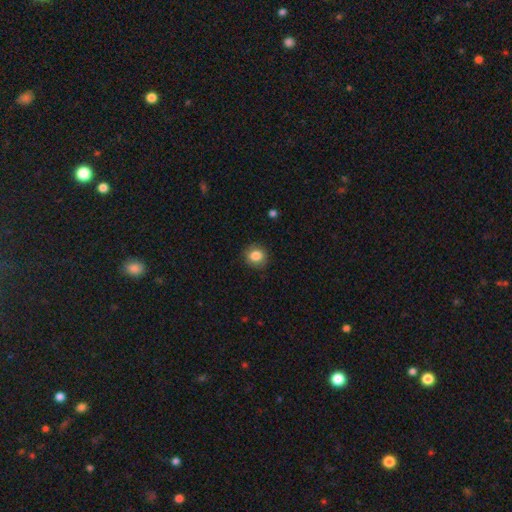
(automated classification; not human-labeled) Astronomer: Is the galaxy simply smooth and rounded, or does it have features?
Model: smooth — 84%.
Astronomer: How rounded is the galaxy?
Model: round — 82%.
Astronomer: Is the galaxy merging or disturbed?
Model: none — 87%.